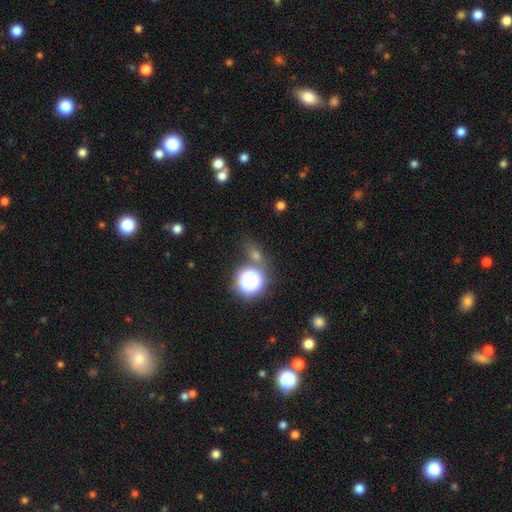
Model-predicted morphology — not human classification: Smooth or featured? star or artifact (48%)